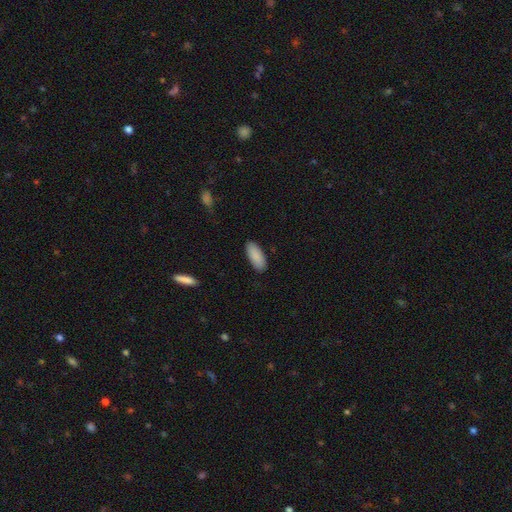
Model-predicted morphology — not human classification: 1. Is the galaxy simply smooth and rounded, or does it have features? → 90% smooth, 6% star or artifact, 4% featured or disk.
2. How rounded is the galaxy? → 83% in between, 15% cigar-shaped, 2% round.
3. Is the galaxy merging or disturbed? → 88% none, 9% minor disturbance, 2% major disturbance, 1% merger.